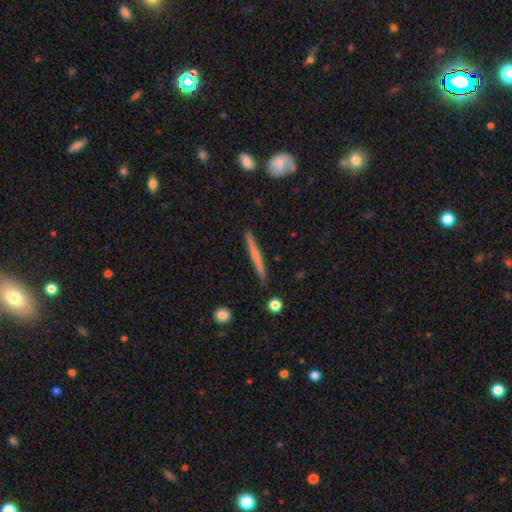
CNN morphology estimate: Smooth or featured? featured or disk (50%)
Edge-on disk? yes (97%)
Merging? none (90%)